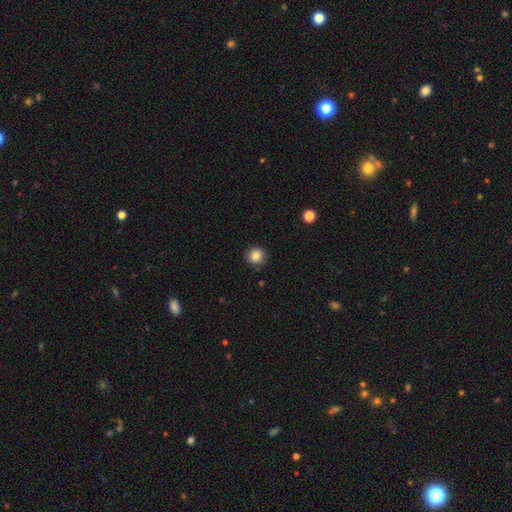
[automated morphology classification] Overall: smooth (85%). How rounded: round (93%). Merging: none (89%).